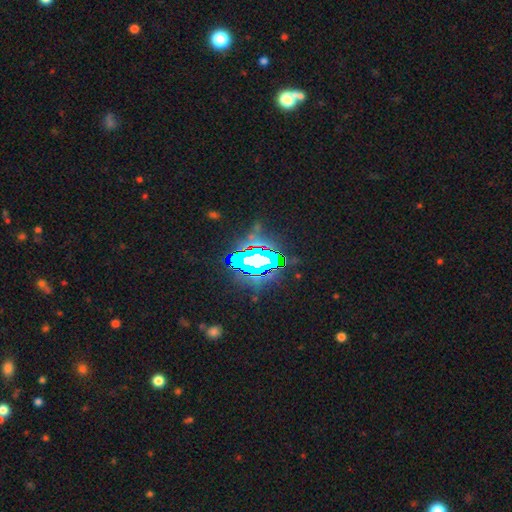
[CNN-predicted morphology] A star or artifact, not a galaxy (80%).